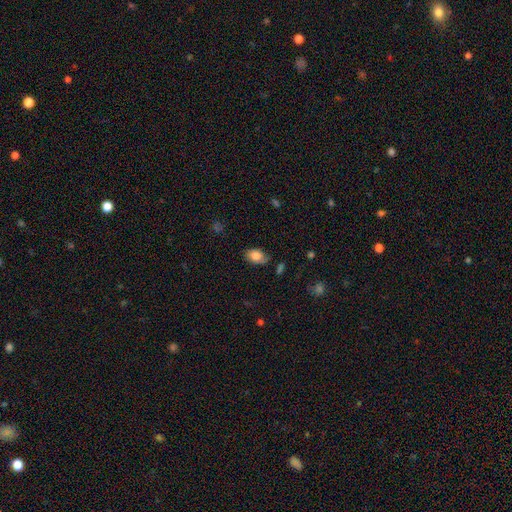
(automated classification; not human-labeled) Smooth or featured?
  - smooth: 81% *
  - featured or disk: 11%
  - star or artifact: 8%
How rounded?
  - in between: 85% *
  - round: 13%
  - cigar-shaped: 2%
Merging?
  - none: 70% *
  - minor disturbance: 23%
  - major disturbance: 5%
  - merger: 2%